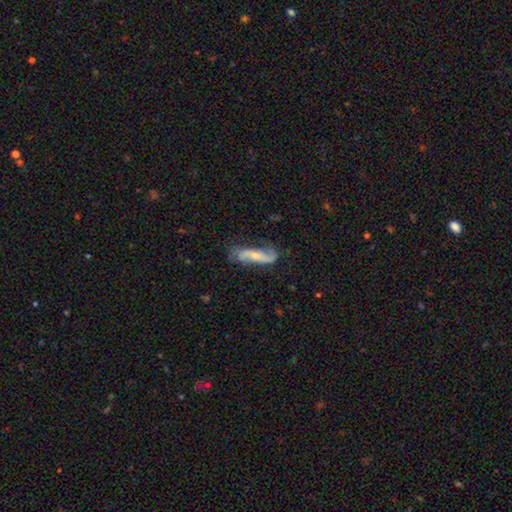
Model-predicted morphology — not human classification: This appears to be a featured or disk galaxy (70%) with no bar (48%), 2 (86%) loose (68%) spiral arms (91%) and a small central bulge (54%). Merging: none (62%).